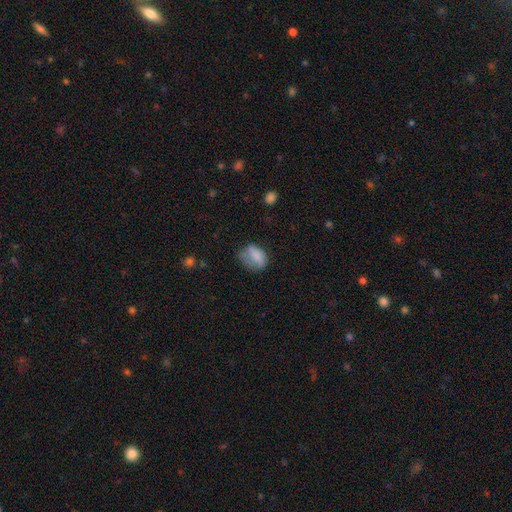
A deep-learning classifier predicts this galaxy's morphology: This is likely a smooth galaxy (76%). How rounded: likely in between (73%). Merging: marginally none (40%).